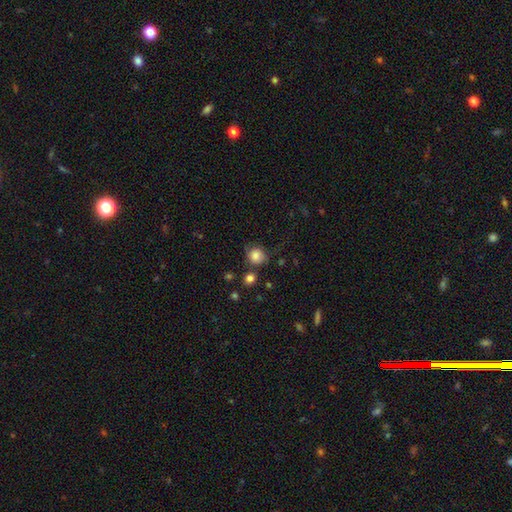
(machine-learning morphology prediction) Smooth or featured? Predicted: smooth (p=0.82). How rounded? Predicted: round (p=0.83). Merging? Predicted: none (p=0.64).